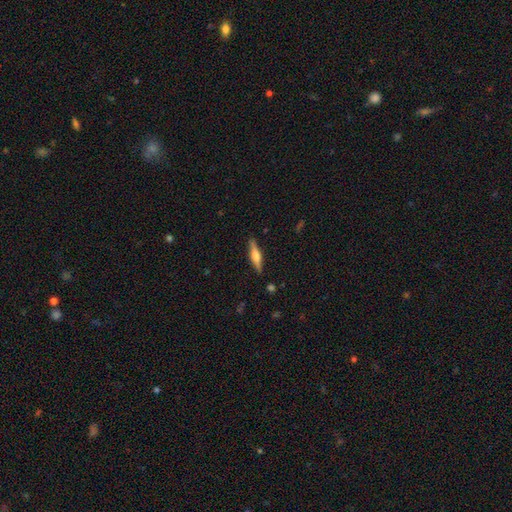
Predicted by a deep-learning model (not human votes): Q: Smooth or featured?
A: featured or disk (57%); runner-up: smooth (37%)
Q: Edge-on disk?
A: yes (97%); runner-up: no (3%)
Q: Edge-on bulge?
A: rounded (75%); runner-up: boxy (19%)
Q: Merging?
A: none (89%); runner-up: minor disturbance (8%)